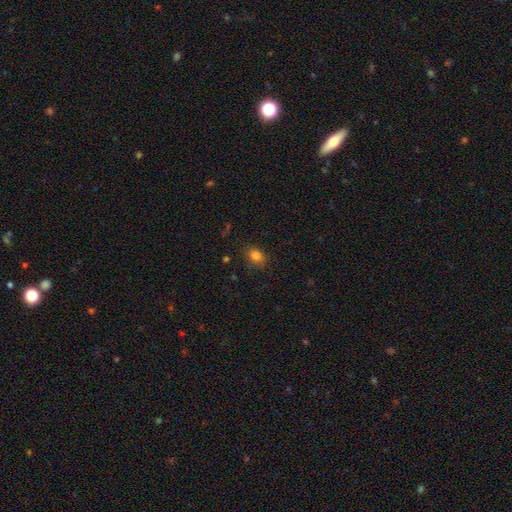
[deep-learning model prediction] A smooth galaxy with no disk features (83%) that is in between round and cigar-shaped (58%). Merging: none (82%).